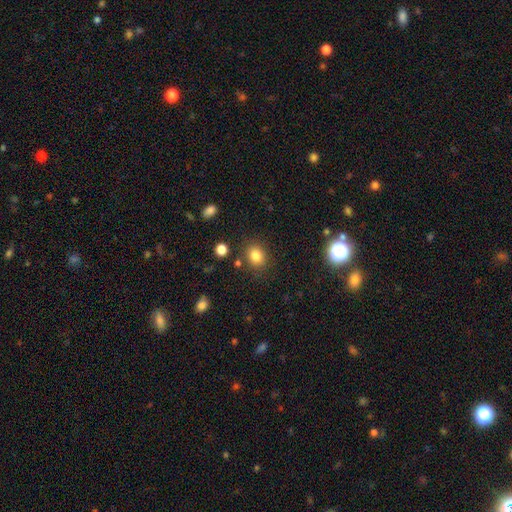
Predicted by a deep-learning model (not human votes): This appears to be a smooth galaxy with no disk features (82%) that is round (65%). Merging: none (81%).